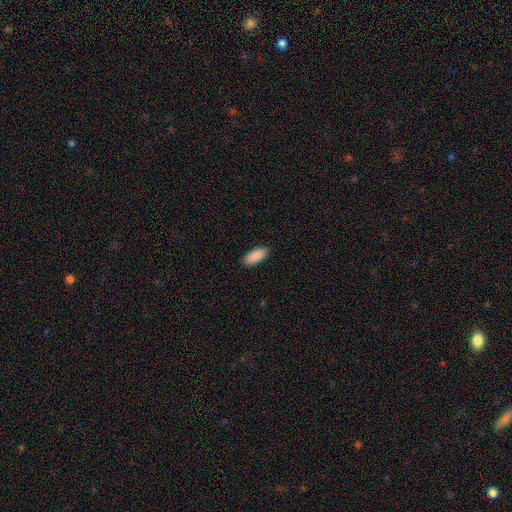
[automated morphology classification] This is clearly a smooth galaxy (91%). How rounded: clearly in between (85%). Merging: clearly none (89%).